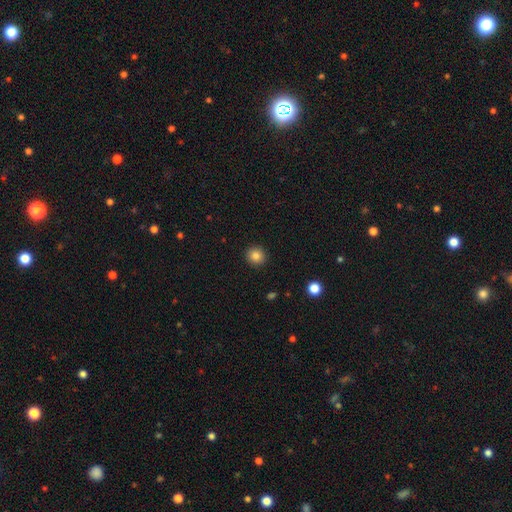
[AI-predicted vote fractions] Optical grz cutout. It shows a smooth galaxy with no disk features (84%) that is round (93%). Merging: none (92%).